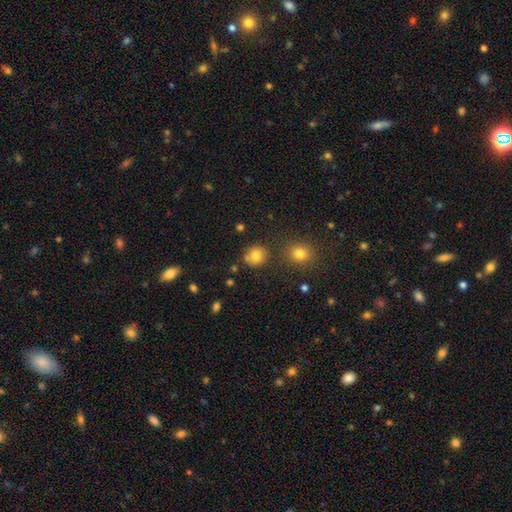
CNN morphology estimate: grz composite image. It shows a smooth galaxy with no disk features (78%) that is round (80%). Merging: none (73%).